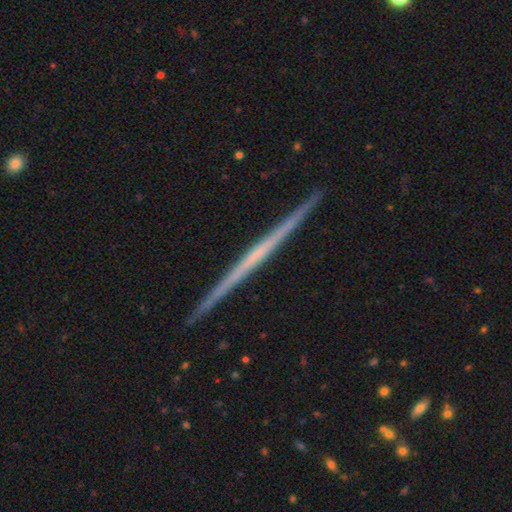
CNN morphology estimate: Smooth or featured? featured or disk (70%)
Edge-on disk? yes (98%)
Edge-on bulge? none (89%)
Merging? none (93%)